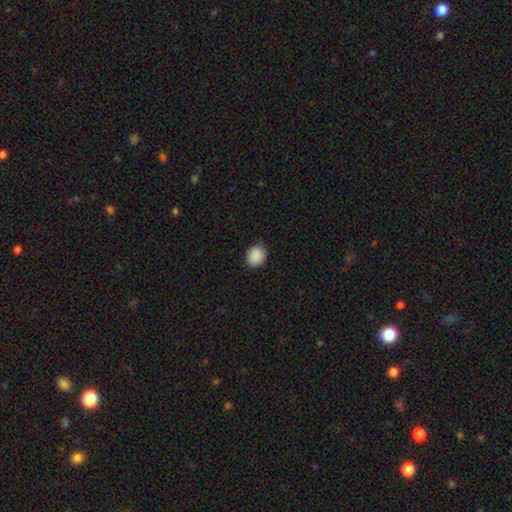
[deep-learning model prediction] Q: Smooth or featured?
A: smooth (90%); runner-up: star or artifact (8%)
Q: How rounded?
A: round (71%); runner-up: in between (28%)
Q: Merging?
A: none (87%); runner-up: minor disturbance (10%)